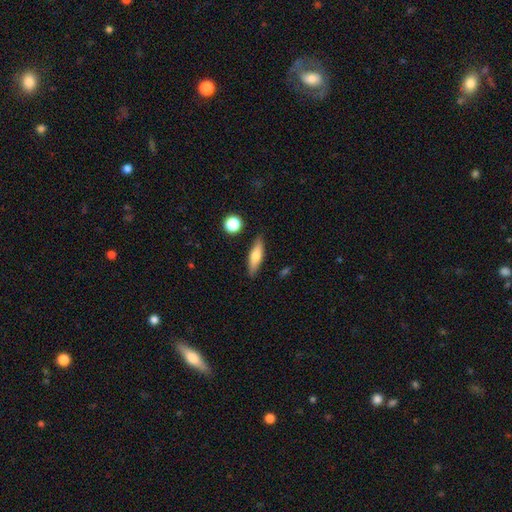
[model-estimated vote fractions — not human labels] Smooth or featured: smooth — 61% (featured or disk — 32%)
How rounded: cigar-shaped — 58% (in between — 39%)
Merging: none — 85% (minor disturbance — 10%)